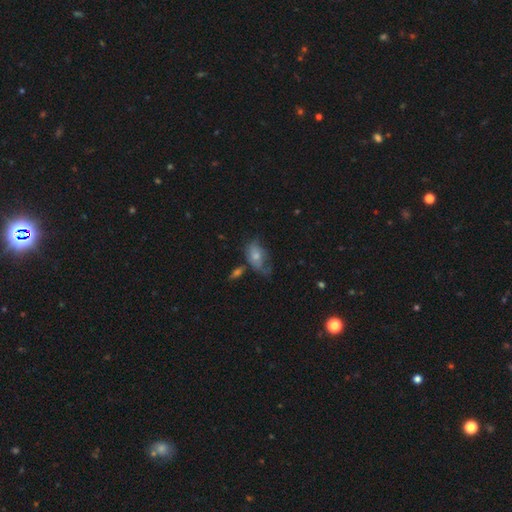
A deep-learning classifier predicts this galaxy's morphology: A smooth galaxy with no disk features (64%) that is in between round and cigar-shaped (87%). Merging: minor disturbance (34%).